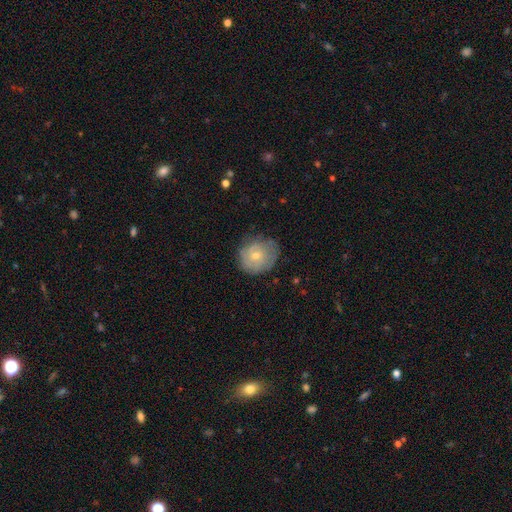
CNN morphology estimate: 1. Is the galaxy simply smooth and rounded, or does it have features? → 51% smooth, 42% featured or disk, 7% star or artifact.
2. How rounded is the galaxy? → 79% round, 21% in between, 1% cigar-shaped.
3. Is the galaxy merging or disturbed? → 70% none, 22% minor disturbance, 7% major disturbance, 1% merger.